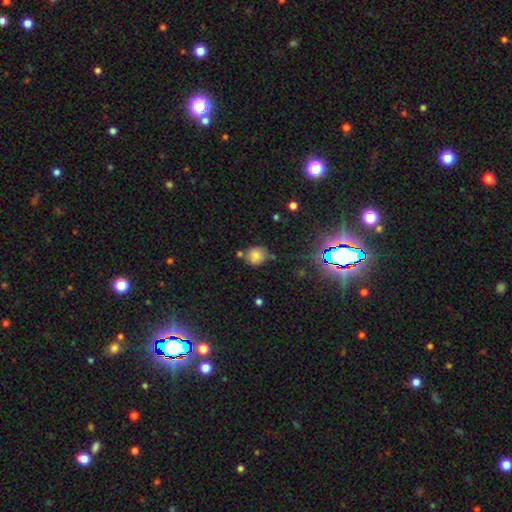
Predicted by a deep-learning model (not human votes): smooth-or-featured: smooth: 69% | star or artifact: 17% | featured or disk: 14%
  how-rounded: round: 79% | in between: 20% | cigar-shaped: 1%
  merging: none: 65% | minor disturbance: 18% | merger: 13% | major disturbance: 4%